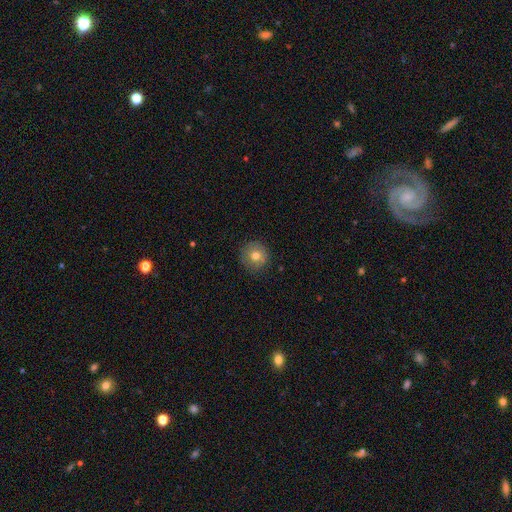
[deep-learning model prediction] smooth-or-featured: smooth: 74% | featured or disk: 15% | star or artifact: 11%
  how-rounded: round: 94% | in between: 5% | cigar-shaped: 1%
  merging: none: 88% | minor disturbance: 9% | major disturbance: 2% | merger: 1%